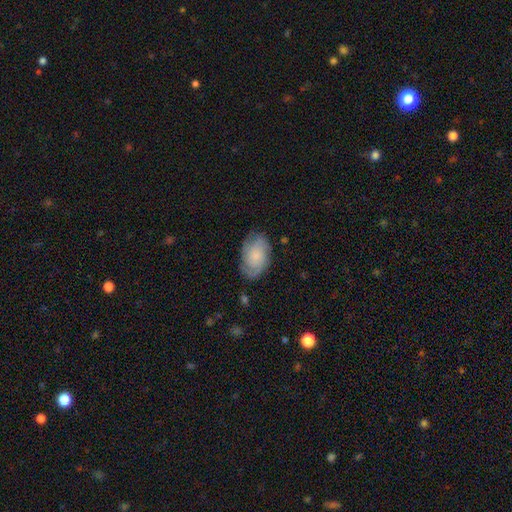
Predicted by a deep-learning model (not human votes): Smooth or featured: featured or disk — 51% (smooth — 42%)
Edge-on disk: no — 96% (yes — 4%)
Merging: none — 73% (minor disturbance — 20%)